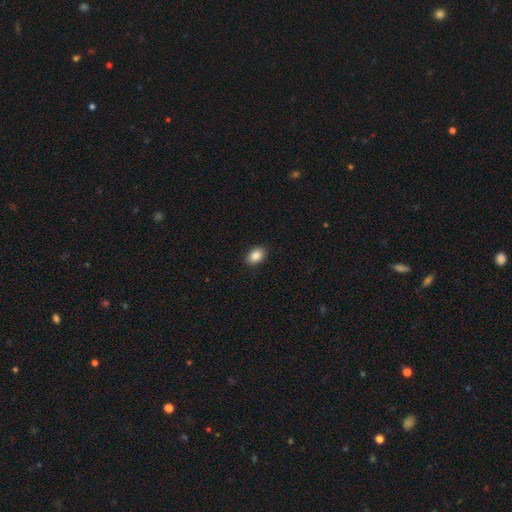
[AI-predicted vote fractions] Overall: smooth (88%). How rounded: in between (83%). Merging: none (90%).